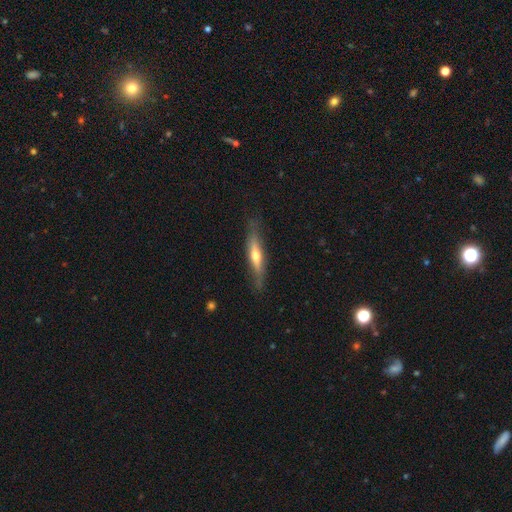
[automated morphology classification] A featured or disk galaxy (53%) viewed edge-on (88%). Merging: none (80%).